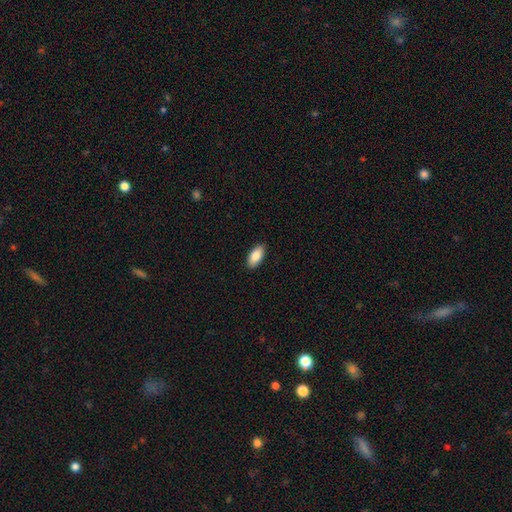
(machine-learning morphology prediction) Q: Smooth or featured?
A: smooth (84%); runner-up: featured or disk (9%)
Q: How rounded?
A: in between (90%); runner-up: cigar-shaped (7%)
Q: Merging?
A: none (89%); runner-up: minor disturbance (8%)